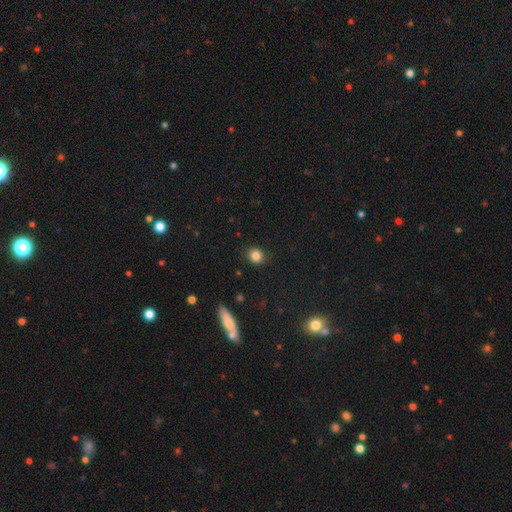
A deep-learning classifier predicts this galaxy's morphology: smooth-or-featured: smooth: 84% | star or artifact: 11% | featured or disk: 5%
  how-rounded: round: 78% | in between: 20% | cigar-shaped: 1%
  merging: none: 88% | minor disturbance: 8% | major disturbance: 2% | merger: 1%